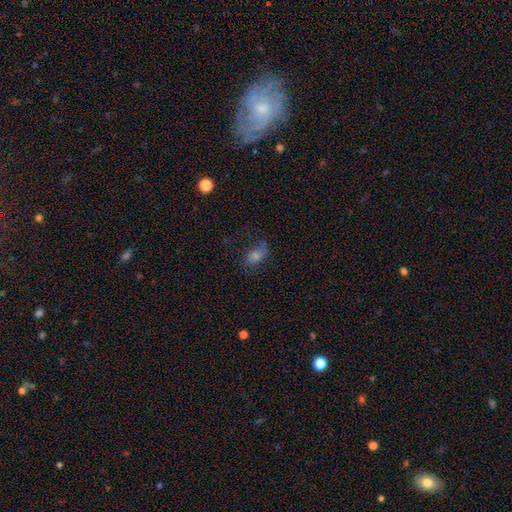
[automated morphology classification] Smooth or featured? smooth (56%)
How rounded? in between (79%)
Merging? none (62%)